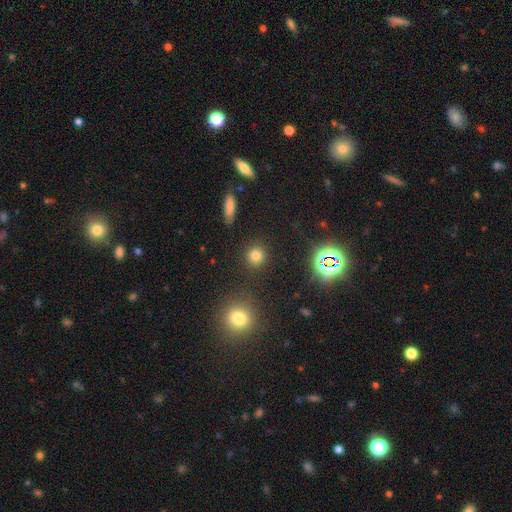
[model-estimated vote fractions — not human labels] Smooth or featured?
  - smooth: 76% *
  - star or artifact: 17%
  - featured or disk: 6%
How rounded?
  - round: 90% *
  - in between: 9%
  - cigar-shaped: 1%
Merging?
  - none: 89% *
  - minor disturbance: 6%
  - major disturbance: 2%
  - merger: 2%